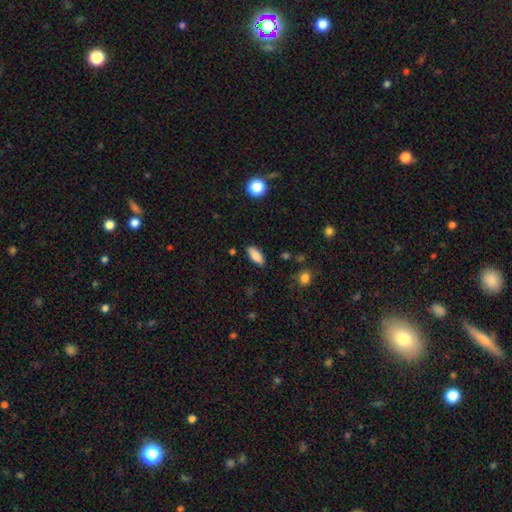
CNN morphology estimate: Overall: smooth (85%). How rounded: in between (80%). Merging: none (85%).